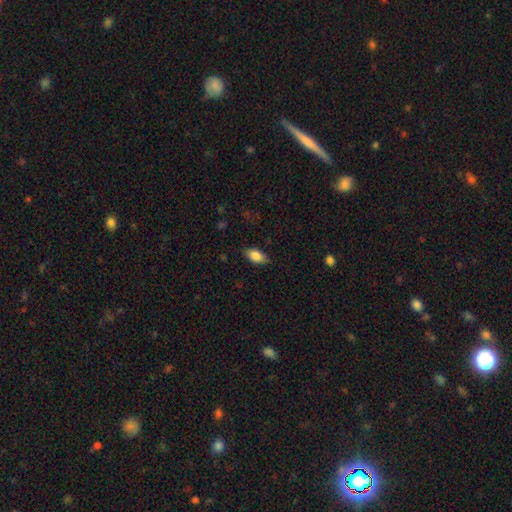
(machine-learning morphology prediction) smooth_or_featured: smooth (p=0.84) [alt: featured or disk p=0.09]
how_rounded: in between (p=0.90) [alt: cigar-shaped p=0.06]
merging: none (p=0.82) [alt: minor disturbance p=0.14]